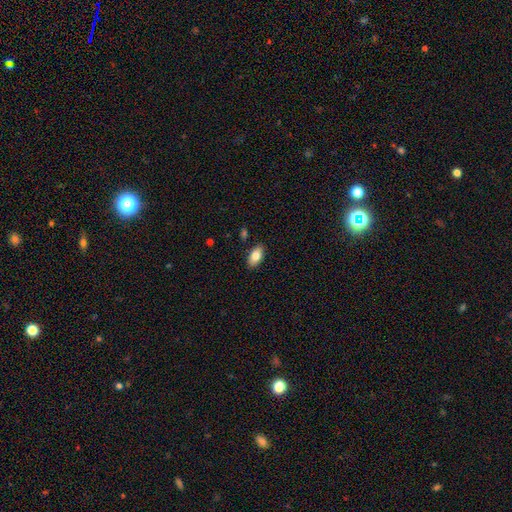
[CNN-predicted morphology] Overall: smooth (79%). How rounded: in between (92%). Merging: none (87%).